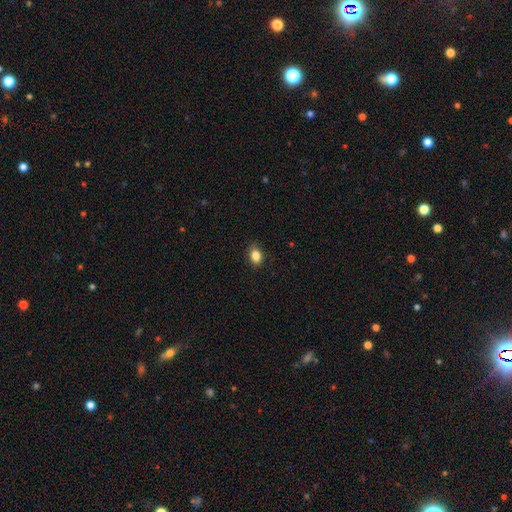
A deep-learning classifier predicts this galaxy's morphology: smooth 86%, star or artifact 9%, featured or disk 5%. Down the decision tree: how rounded — in between (73%); merging — none (85%).